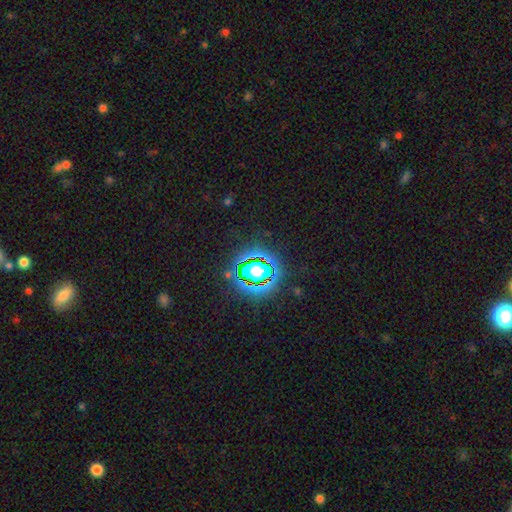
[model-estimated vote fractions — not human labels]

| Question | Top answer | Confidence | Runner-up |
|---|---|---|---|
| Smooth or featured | star or artifact | 80% | smooth (13%) |